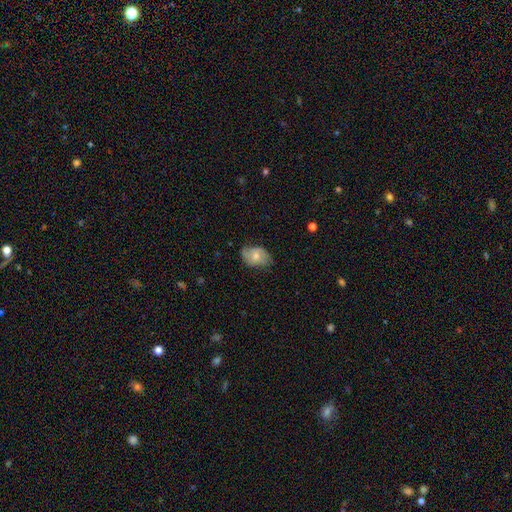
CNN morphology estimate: A smooth galaxy with no disk features (51%) that is in between round and cigar-shaped (80%).

Vote fractions:
- Smooth or featured? smooth: 51% / featured or disk: 42% / star or artifact: 7%
- How rounded? in between: 80% / round: 19% / cigar-shaped: 1%
- Merging? none: 64% / minor disturbance: 28% / major disturbance: 7% / merger: 1%